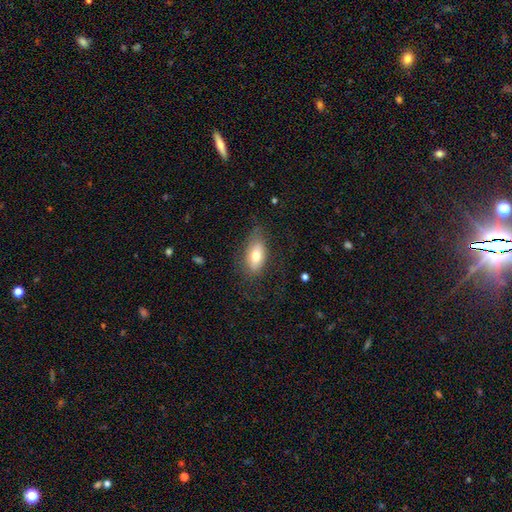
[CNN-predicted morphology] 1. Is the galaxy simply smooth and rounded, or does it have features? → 70% smooth, 23% featured or disk, 7% star or artifact.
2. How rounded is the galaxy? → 86% in between, 10% cigar-shaped, 4% round.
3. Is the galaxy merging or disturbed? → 67% none, 22% minor disturbance, 10% major disturbance, 1% merger.